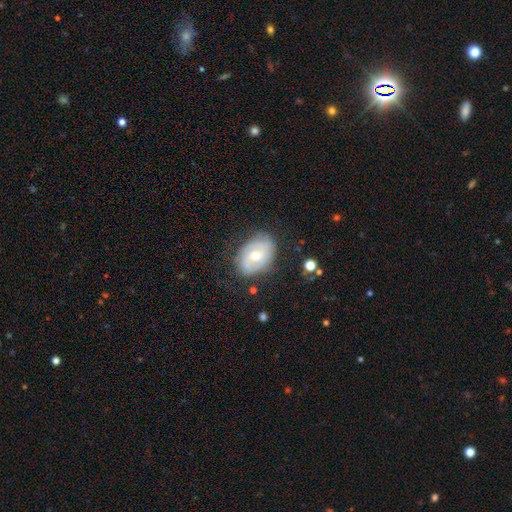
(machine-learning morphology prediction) smooth-or-featured: featured or disk: 63% | smooth: 30% | star or artifact: 7%
  disk-edge-on: no: 96% | yes: 4%
    bar: no: 54% | weak: 39% | strong: 8%
    has-spiral-arms: yes: 81% | no: 19%
    bulge-size: moderate: 63% | small: 32% | large: 3% | none: 1% | dominant: 1%
  merging: none: 71% | minor disturbance: 20% | major disturbance: 7% | merger: 2%